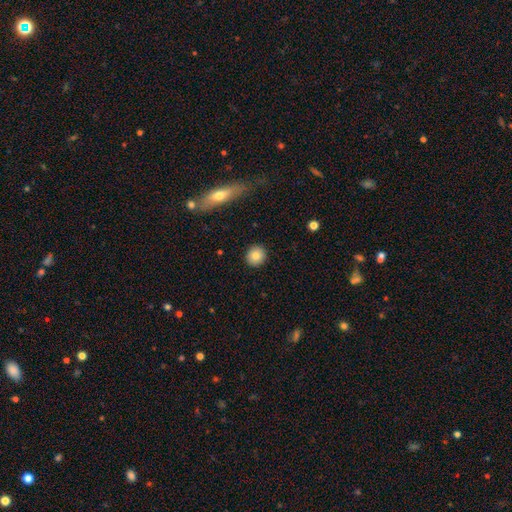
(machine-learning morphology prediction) smooth-or-featured: smooth: 83% | star or artifact: 9% | featured or disk: 8%
  how-rounded: round: 91% | in between: 8% | cigar-shaped: 1%
  merging: none: 92% | minor disturbance: 5% | major disturbance: 2% | merger: 1%